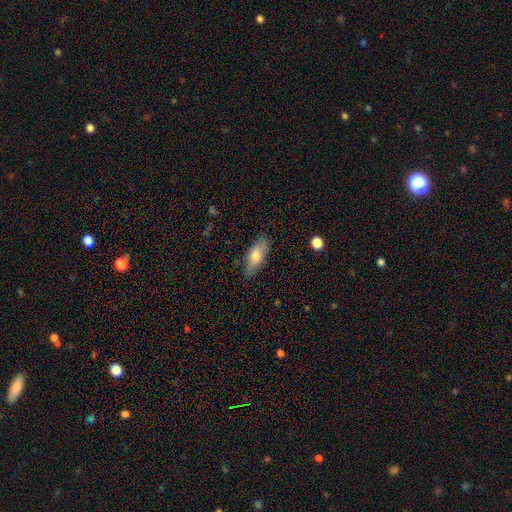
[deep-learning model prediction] Smooth or featured? smooth (67%)
How rounded? in between (79%)
Merging? none (80%)